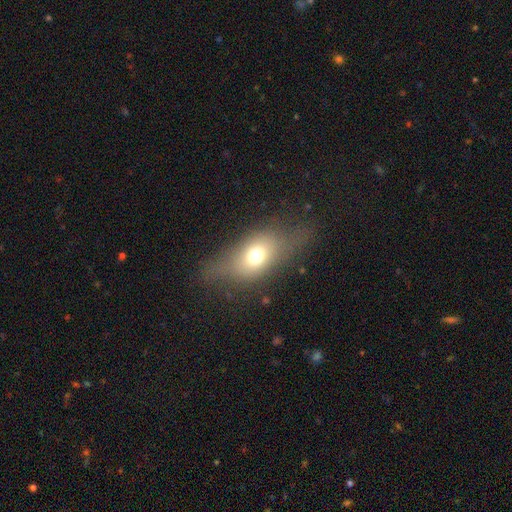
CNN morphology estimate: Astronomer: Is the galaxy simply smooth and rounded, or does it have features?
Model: smooth — 64%.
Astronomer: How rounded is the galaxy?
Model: in between — 73%.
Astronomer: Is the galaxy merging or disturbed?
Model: none — 60%.